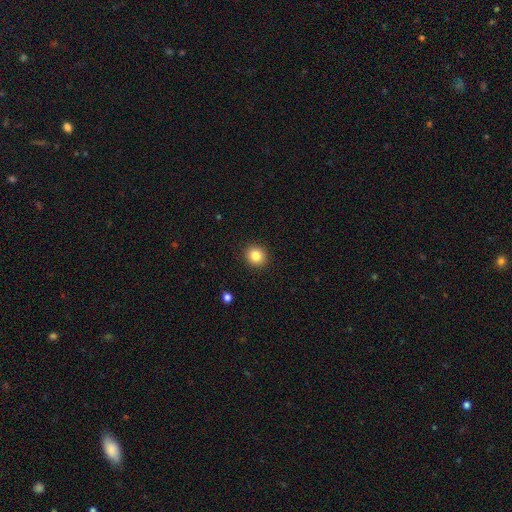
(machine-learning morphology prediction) Overall: smooth (85%). How rounded: round (84%). Merging: none (92%).